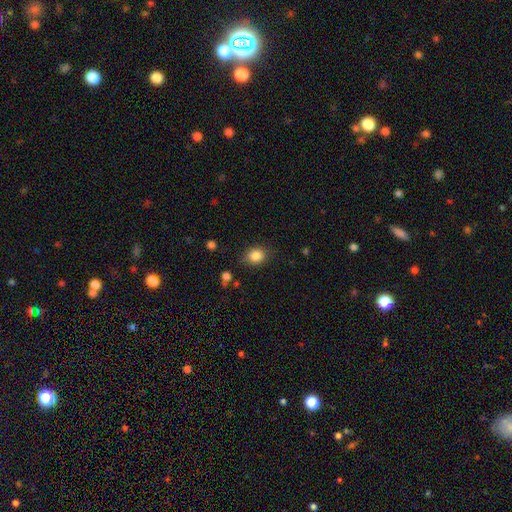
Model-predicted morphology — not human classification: Smooth or featured?
  - smooth: 86% *
  - star or artifact: 10%
  - featured or disk: 5%
How rounded?
  - round: 53% *
  - in between: 46%
  - cigar-shaped: 1%
Merging?
  - none: 81% *
  - minor disturbance: 14%
  - major disturbance: 4%
  - merger: 2%